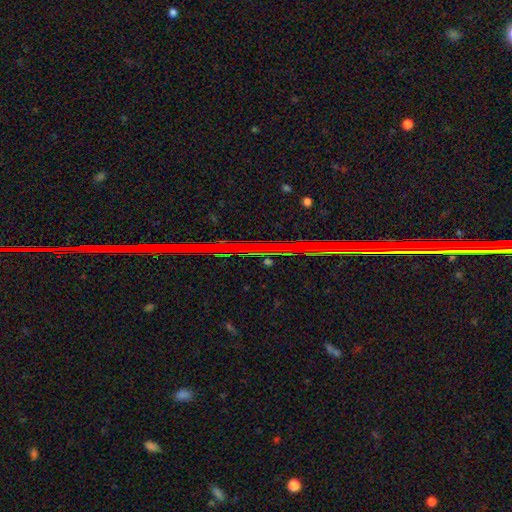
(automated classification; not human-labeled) star or artifact 83%, featured or disk 10%, smooth 7%.